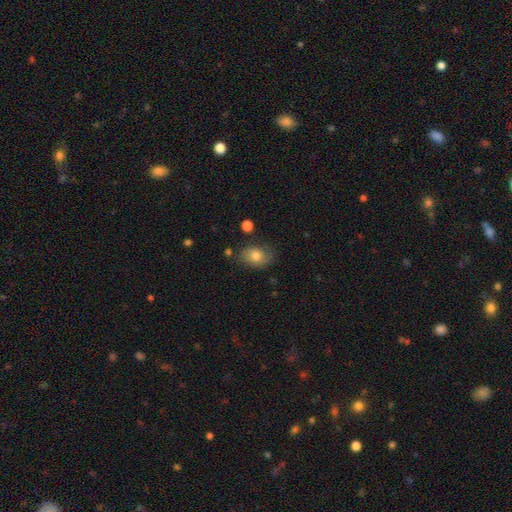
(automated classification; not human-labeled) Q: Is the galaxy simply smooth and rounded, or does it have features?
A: smooth — 71%.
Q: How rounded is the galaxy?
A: in between — 76%.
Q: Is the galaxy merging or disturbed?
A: none — 71%.